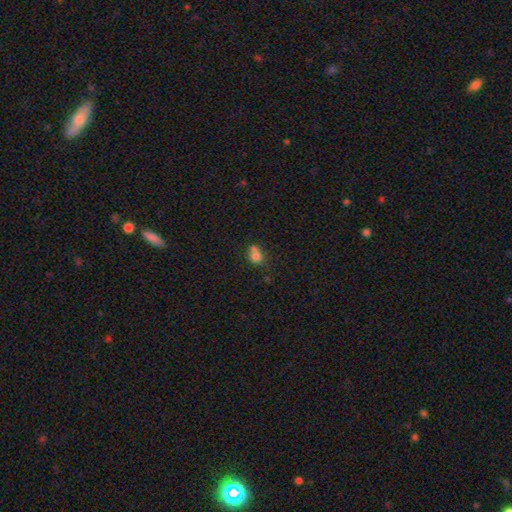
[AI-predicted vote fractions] This is likely a smooth galaxy (75%). How rounded: likely round (68%). Merging: possibly merger (47%).